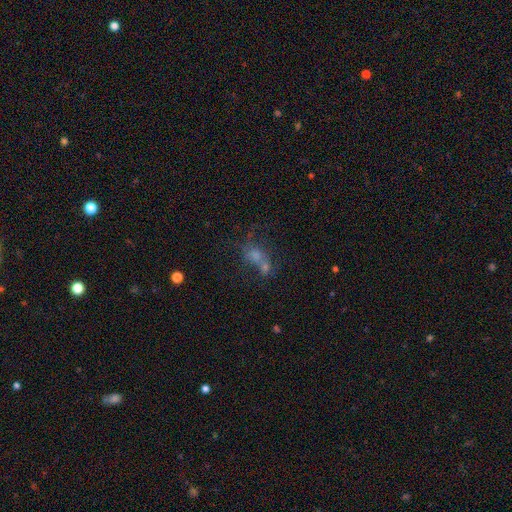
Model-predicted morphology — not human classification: This is possibly a smooth galaxy (45%). Merging: possibly merger (46%).